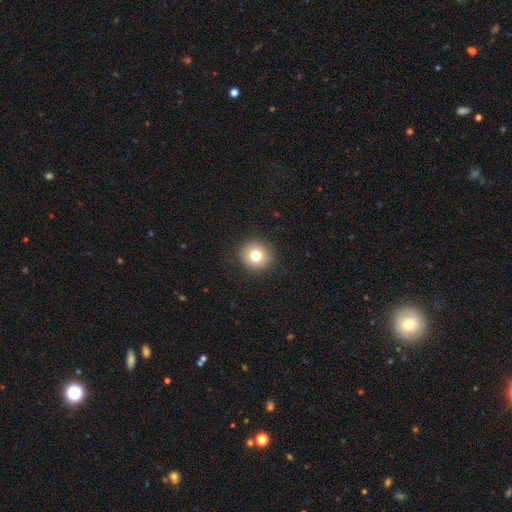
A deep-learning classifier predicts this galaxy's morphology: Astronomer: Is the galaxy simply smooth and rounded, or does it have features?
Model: smooth — 79%.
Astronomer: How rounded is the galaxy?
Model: round — 92%.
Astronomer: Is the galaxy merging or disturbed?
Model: none — 91%.